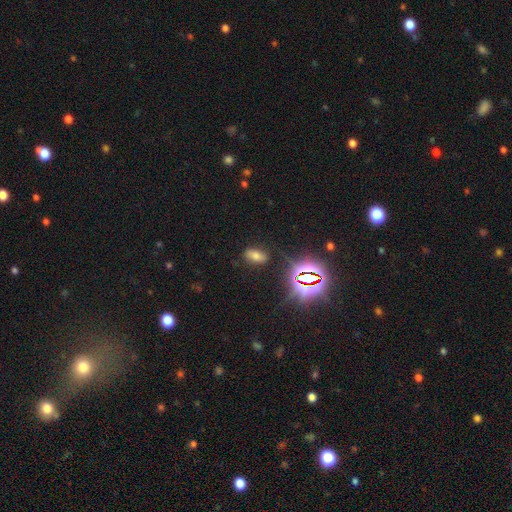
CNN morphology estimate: Smooth or featured?
  - smooth: 55% *
  - star or artifact: 34%
  - featured or disk: 11%
How rounded?
  - in between: 88% *
  - round: 7%
  - cigar-shaped: 5%
Merging?
  - none: 81% *
  - minor disturbance: 13%
  - major disturbance: 4%
  - merger: 2%